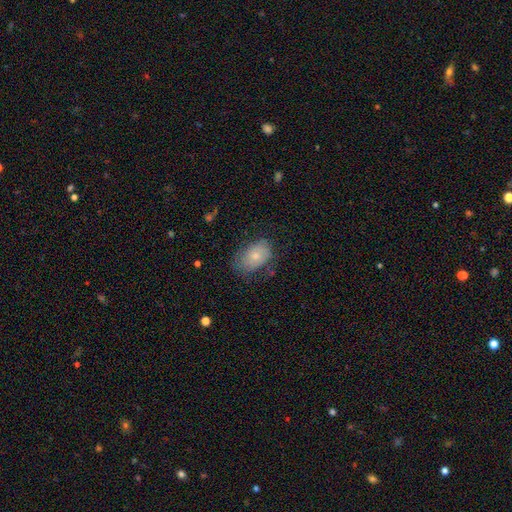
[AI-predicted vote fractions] Overall: smooth (65%; featured or disk 27%). How rounded: in between (85%). Merging: none (60%; minor disturbance 28%).